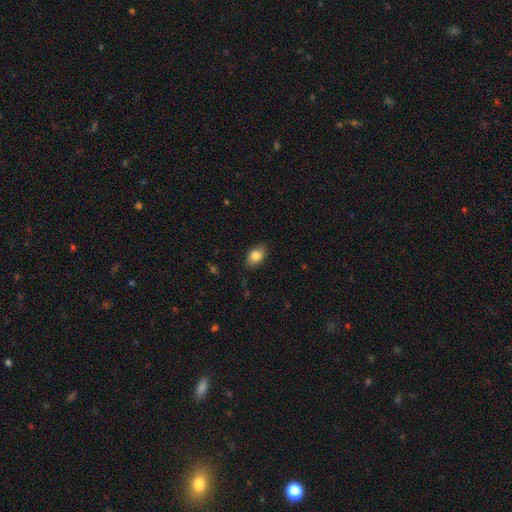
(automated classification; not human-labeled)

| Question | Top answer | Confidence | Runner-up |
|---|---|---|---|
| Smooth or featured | smooth | 84% | featured or disk (8%) |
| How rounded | in between | 81% | round (17%) |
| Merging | none | 83% | minor disturbance (13%) |